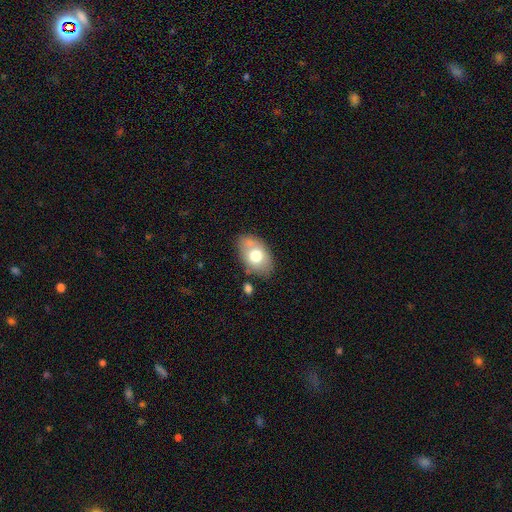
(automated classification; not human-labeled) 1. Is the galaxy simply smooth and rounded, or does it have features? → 68% smooth, 25% featured or disk, 7% star or artifact.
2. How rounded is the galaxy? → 87% in between, 12% round, 1% cigar-shaped.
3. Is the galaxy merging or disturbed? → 67% none, 19% minor disturbance, 9% merger, 5% major disturbance.